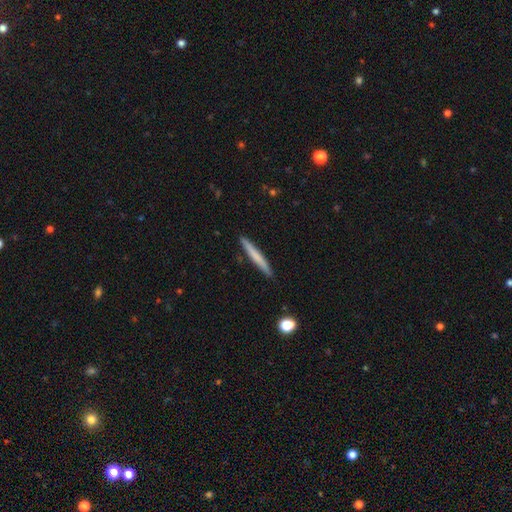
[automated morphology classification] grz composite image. It shows a smooth galaxy with no disk features (64%) that is cigar-shaped (97%). Merging: none (91%).